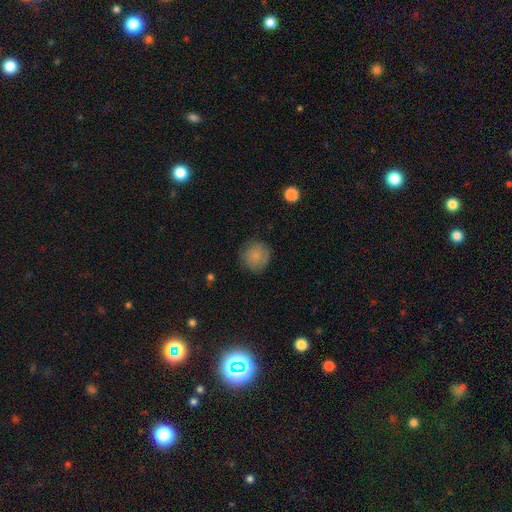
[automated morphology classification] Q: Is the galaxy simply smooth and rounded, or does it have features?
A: smooth — 83%.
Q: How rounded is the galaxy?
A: round — 93%.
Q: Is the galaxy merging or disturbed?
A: none — 81%.